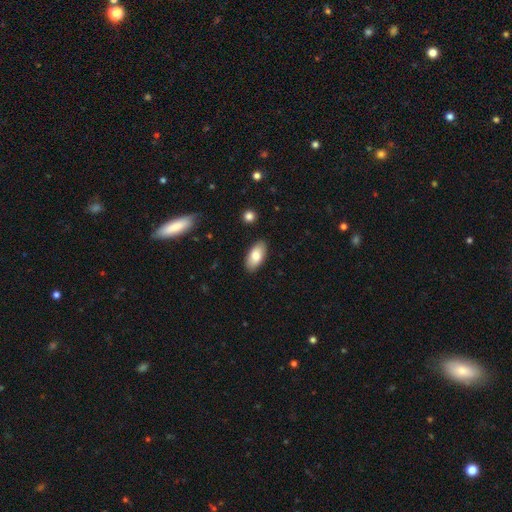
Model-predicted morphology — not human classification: Q: Smooth or featured?
A: smooth (80%); runner-up: featured or disk (13%)
Q: How rounded?
A: in between (93%); runner-up: cigar-shaped (5%)
Q: Merging?
A: none (88%); runner-up: minor disturbance (9%)